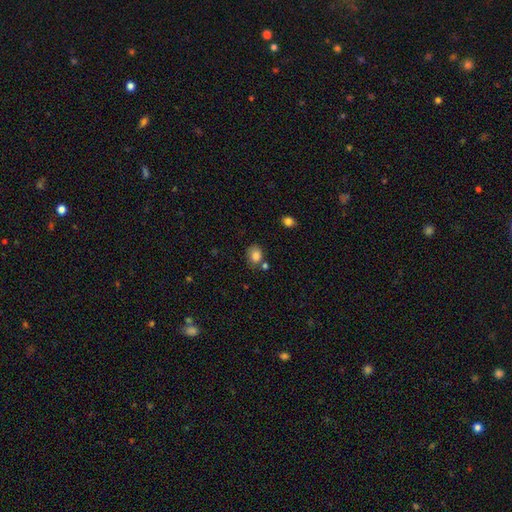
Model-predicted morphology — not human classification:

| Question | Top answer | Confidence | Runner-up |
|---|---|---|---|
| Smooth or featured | smooth | 83% | star or artifact (10%) |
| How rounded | in between | 51% | round (48%) |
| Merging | none | 64% | minor disturbance (19%) |